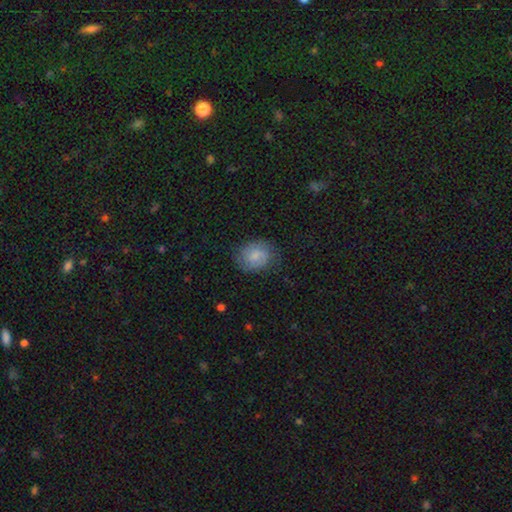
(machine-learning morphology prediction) Smooth or featured? smooth (64%)
How rounded? round (57%)
Merging? none (72%)